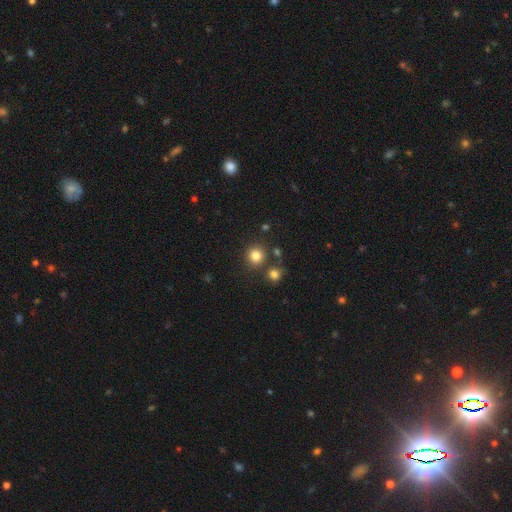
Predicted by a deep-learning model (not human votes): Smooth or featured: smooth — 82% (star or artifact — 13%)
How rounded: round — 91% (in between — 8%)
Merging: none — 80% (merger — 9%)